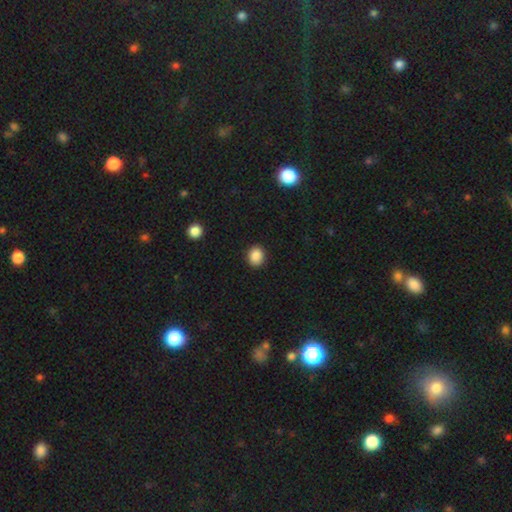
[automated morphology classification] smooth_or_featured: smooth (p=0.87) [alt: star or artifact p=0.09]
how_rounded: round (p=0.64) [alt: in between p=0.35]
merging: none (p=0.90) [alt: minor disturbance p=0.07]